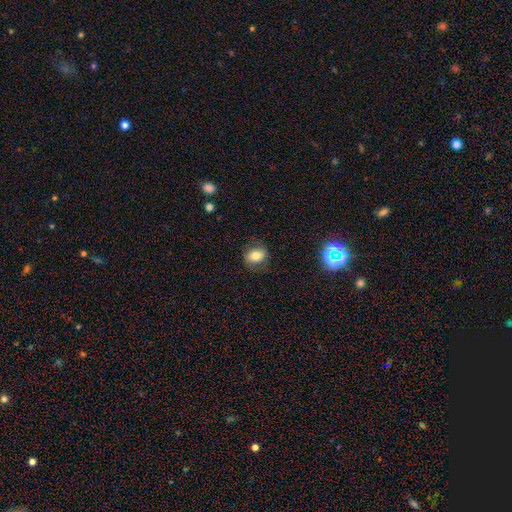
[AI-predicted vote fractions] A smooth galaxy with no disk features (70%) that is in between round and cigar-shaped (62%).

Vote fractions:
- Smooth or featured? smooth: 70% / featured or disk: 18% / star or artifact: 12%
- How rounded? in between: 62% / round: 36% / cigar-shaped: 1%
- Merging? none: 76% / minor disturbance: 16% / major disturbance: 6% / merger: 1%